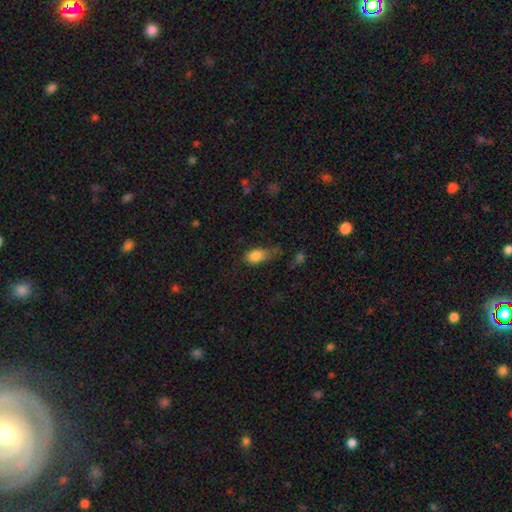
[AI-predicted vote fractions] smooth-or-featured: smooth: 83% | star or artifact: 9% | featured or disk: 8%
  how-rounded: in between: 85% | round: 9% | cigar-shaped: 6%
  merging: minor disturbance: 37% | none: 35% | major disturbance: 24% | merger: 4%